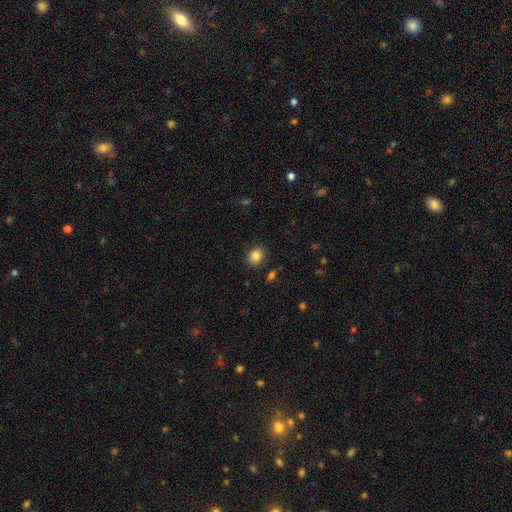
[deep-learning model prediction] smooth_or_featured: smooth (p=0.86) [alt: star or artifact p=0.09]
how_rounded: in between (p=0.56) [alt: round p=0.43]
merging: none (p=0.85) [alt: minor disturbance p=0.10]